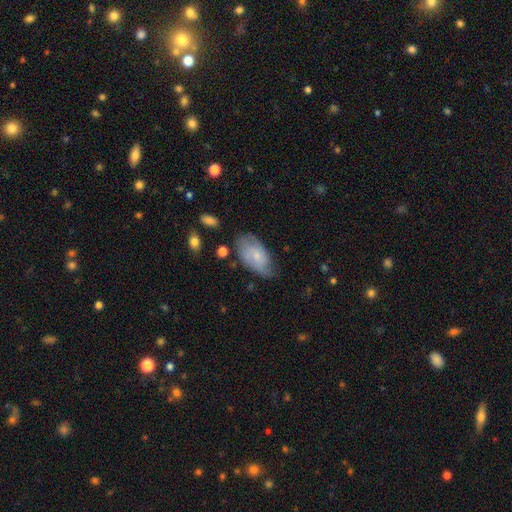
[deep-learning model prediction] smooth 62%, featured or disk 31%, star or artifact 7%. Down the decision tree: how rounded — in between (93%); merging — none (57%).